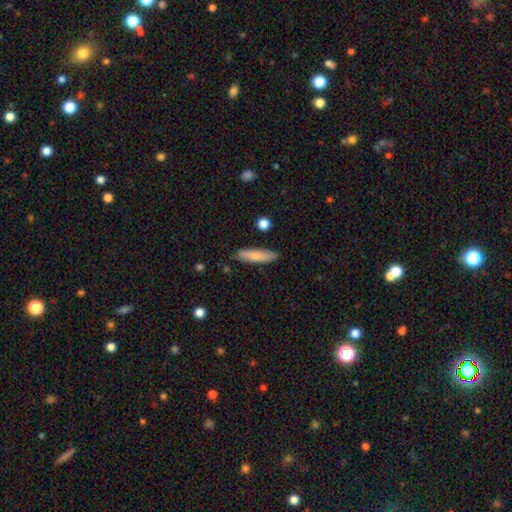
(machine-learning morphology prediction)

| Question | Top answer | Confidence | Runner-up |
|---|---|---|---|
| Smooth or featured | smooth | 77% | featured or disk (17%) |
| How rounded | cigar-shaped | 77% | in between (21%) |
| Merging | none | 87% | minor disturbance (10%) |